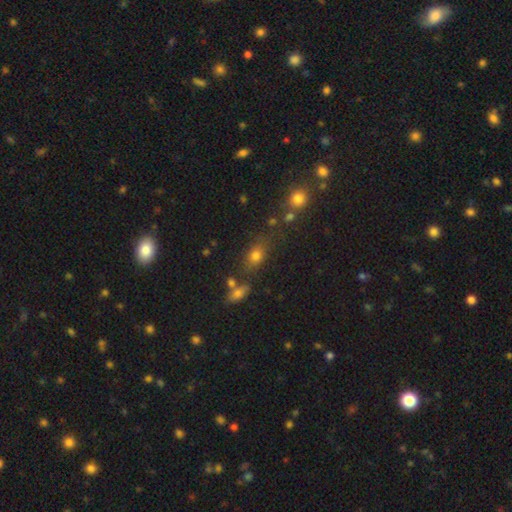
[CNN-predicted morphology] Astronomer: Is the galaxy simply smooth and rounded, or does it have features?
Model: smooth — 75%.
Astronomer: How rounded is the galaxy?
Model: in between — 66%.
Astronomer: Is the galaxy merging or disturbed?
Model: none — 64%.